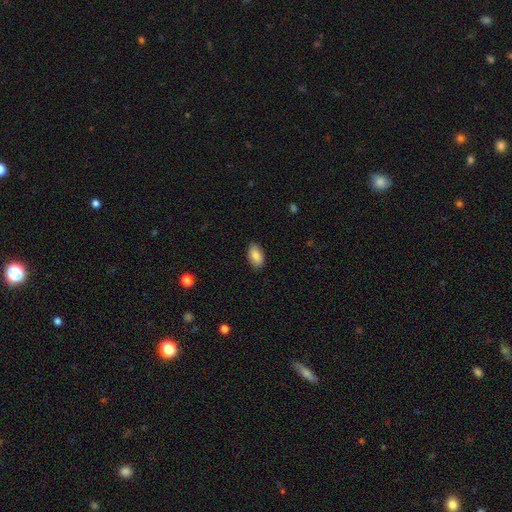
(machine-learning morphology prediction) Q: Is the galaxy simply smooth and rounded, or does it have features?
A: smooth — 86%.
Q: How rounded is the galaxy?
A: in between — 93%.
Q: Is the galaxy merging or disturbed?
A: none — 86%.